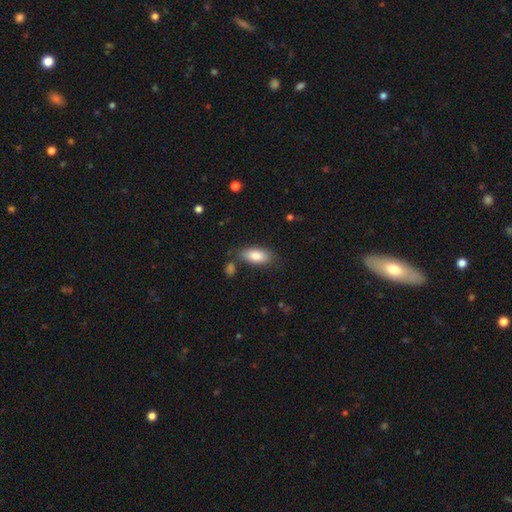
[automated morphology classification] Q: Smooth or featured?
A: smooth (83%); runner-up: featured or disk (10%)
Q: How rounded?
A: in between (86%); runner-up: cigar-shaped (11%)
Q: Merging?
A: none (75%); runner-up: minor disturbance (16%)